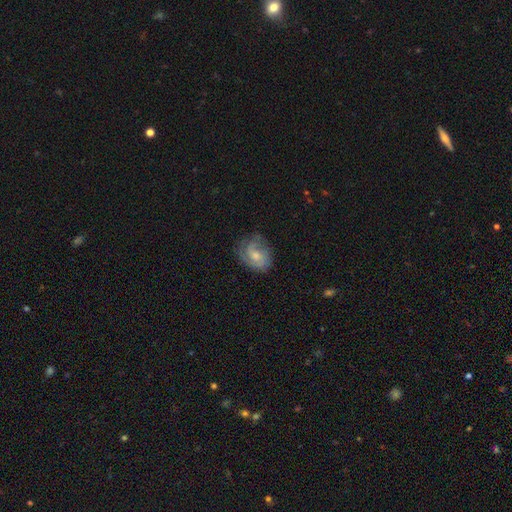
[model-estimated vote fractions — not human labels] Q: Smooth or featured?
A: featured or disk (54%); runner-up: smooth (35%)
Q: Edge-on disk?
A: no (96%); runner-up: yes (4%)
Q: Bar?
A: no (64%); runner-up: weak (30%)
Q: Spiral arms?
A: yes (81%); runner-up: no (19%)
Q: Bulge size?
A: moderate (47%); runner-up: small (45%)
Q: Merging?
A: none (66%); runner-up: minor disturbance (24%)